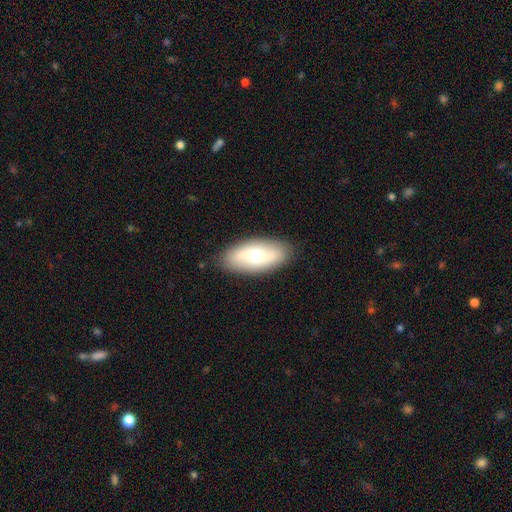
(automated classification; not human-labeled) A smooth galaxy with no disk features (55%) that is in between round and cigar-shaped (89%). Merging: none (87%).